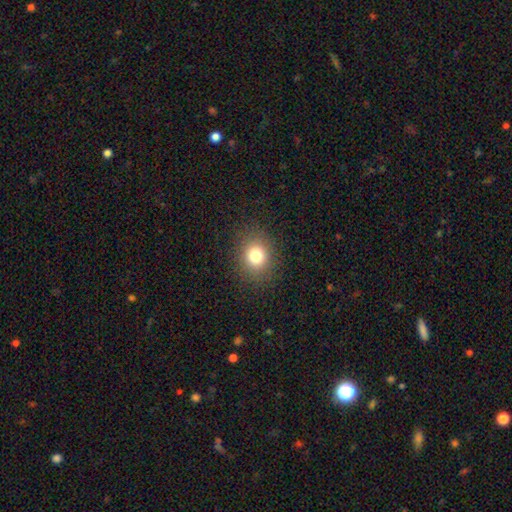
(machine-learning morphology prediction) A smooth galaxy with no disk features (78%) that is round (72%).

Vote fractions:
- Smooth or featured? smooth: 78% / star or artifact: 14% / featured or disk: 8%
- How rounded? round: 72% / in between: 27% / cigar-shaped: 1%
- Merging? none: 88% / minor disturbance: 7% / major disturbance: 3% / merger: 1%